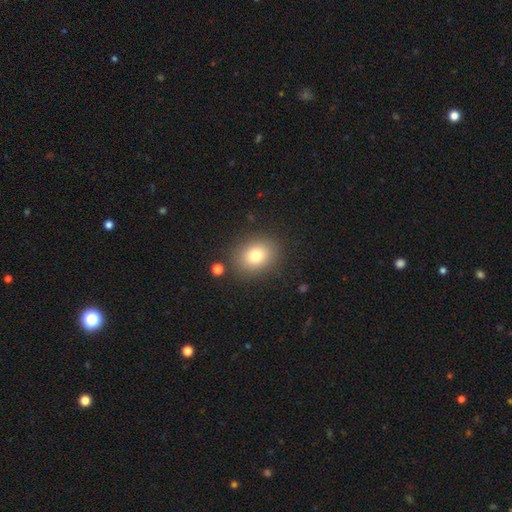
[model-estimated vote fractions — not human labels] smooth-or-featured: smooth: 79% | star or artifact: 11% | featured or disk: 9%
  how-rounded: round: 51% | in between: 48% | cigar-shaped: 1%
  merging: none: 85% | minor disturbance: 9% | major disturbance: 3% | merger: 2%